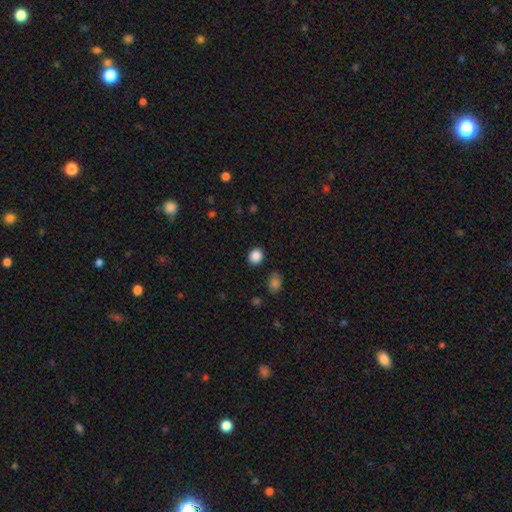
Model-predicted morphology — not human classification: Smooth or featured?
  - smooth: 87% *
  - star or artifact: 10%
  - featured or disk: 3%
How rounded?
  - round: 76% *
  - in between: 23%
  - cigar-shaped: 1%
Merging?
  - none: 88% *
  - minor disturbance: 8%
  - major disturbance: 2%
  - merger: 2%